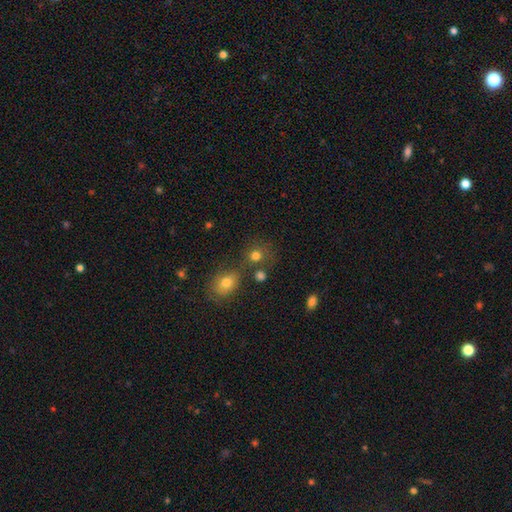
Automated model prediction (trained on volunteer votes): smooth-or-featured: smooth: 77% | star or artifact: 15% | featured or disk: 8%
  how-rounded: round: 81% | in between: 18% | cigar-shaped: 1%
  merging: none: 63% | merger: 20% | minor disturbance: 11% | major disturbance: 6%